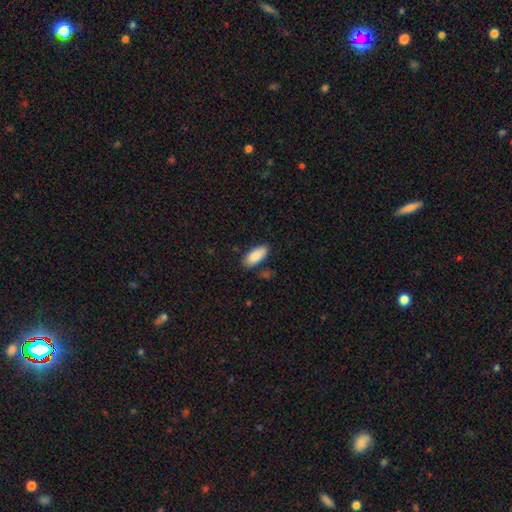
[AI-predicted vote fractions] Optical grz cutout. It shows a smooth galaxy with no disk features (88%) that is in between round and cigar-shaped (87%). Merging: none (81%).